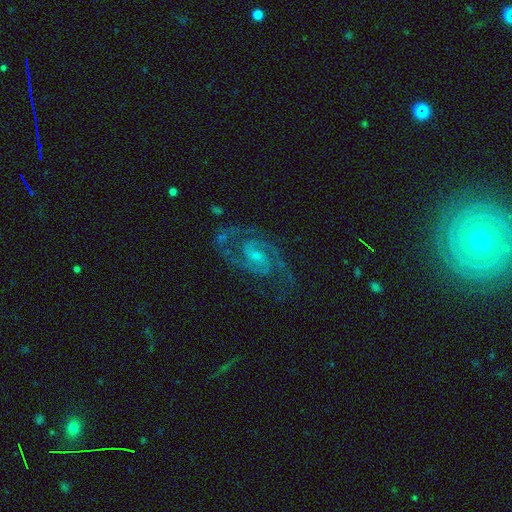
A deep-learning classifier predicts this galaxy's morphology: featured or disk 85%, star or artifact 10%, smooth 5%. Down the decision tree: edge-on disk — no (97%); bar — weak (49%); spiral arms — yes (98%); spiral arm count — 2 (88%); spiral winding — medium (58%); bulge size — small (63%); merging — none (76%).